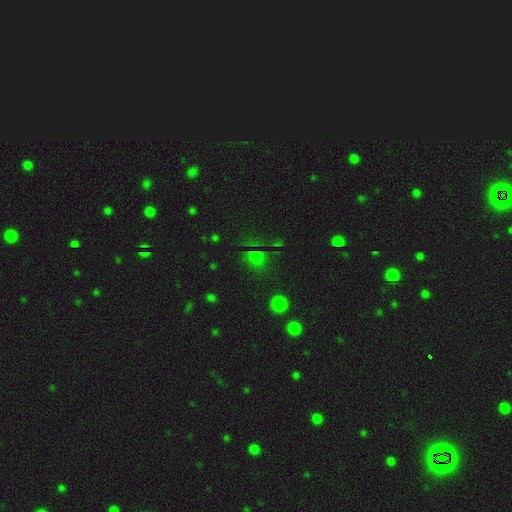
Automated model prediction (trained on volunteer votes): smooth_or_featured: star or artifact (p=0.47) [alt: smooth p=0.45]